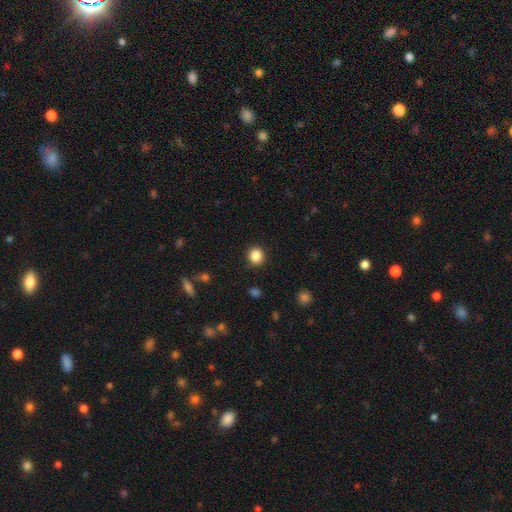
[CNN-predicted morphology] Q: Smooth or featured?
A: smooth (87%); runner-up: star or artifact (10%)
Q: How rounded?
A: round (85%); runner-up: in between (14%)
Q: Merging?
A: none (90%); runner-up: minor disturbance (6%)